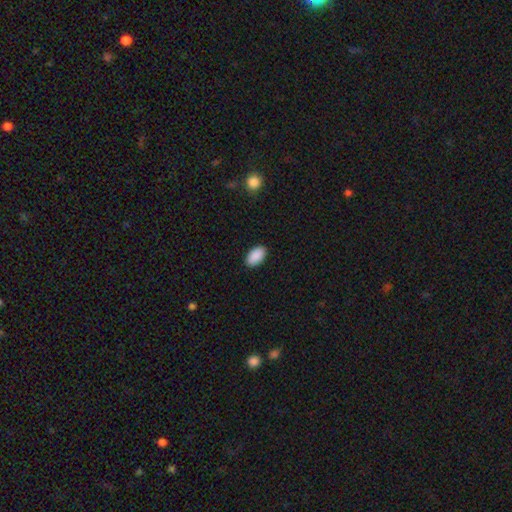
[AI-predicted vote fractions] Smooth or featured?
  - smooth: 91% *
  - star or artifact: 7%
  - featured or disk: 3%
How rounded?
  - in between: 95% *
  - round: 4%
  - cigar-shaped: 2%
Merging?
  - none: 89% *
  - minor disturbance: 8%
  - major disturbance: 2%
  - merger: 1%